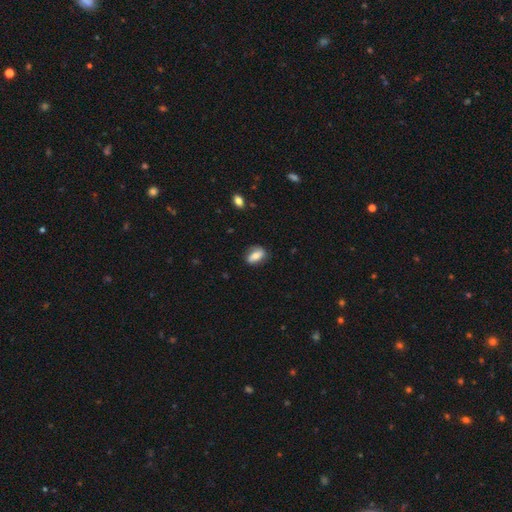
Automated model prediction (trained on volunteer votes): This appears to be a smooth galaxy with no disk features (62%) that is in between round and cigar-shaped (84%). Merging: none (73%).